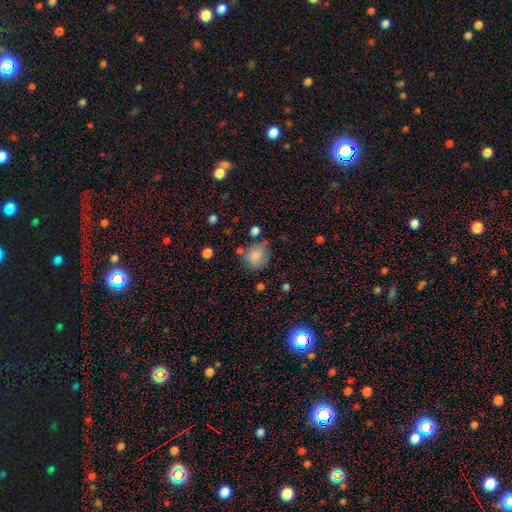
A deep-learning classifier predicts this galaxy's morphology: A smooth galaxy with no disk features (81%) that is round (70%). Merging: none (60%).